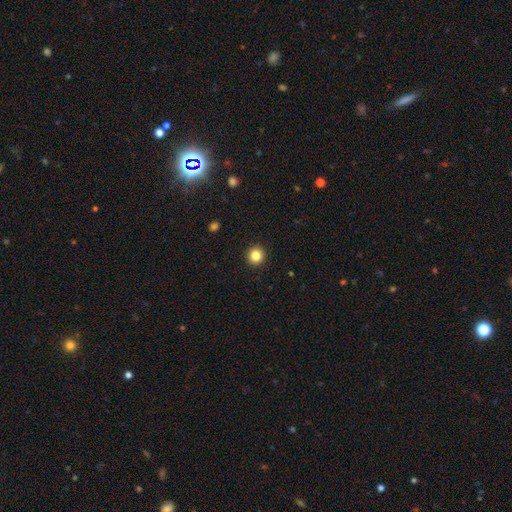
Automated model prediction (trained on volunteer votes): Smooth or featured?
  - smooth: 84% *
  - star or artifact: 11%
  - featured or disk: 5%
How rounded?
  - round: 94% *
  - in between: 5%
  - cigar-shaped: 1%
Merging?
  - none: 93% *
  - minor disturbance: 4%
  - major disturbance: 1%
  - merger: 1%